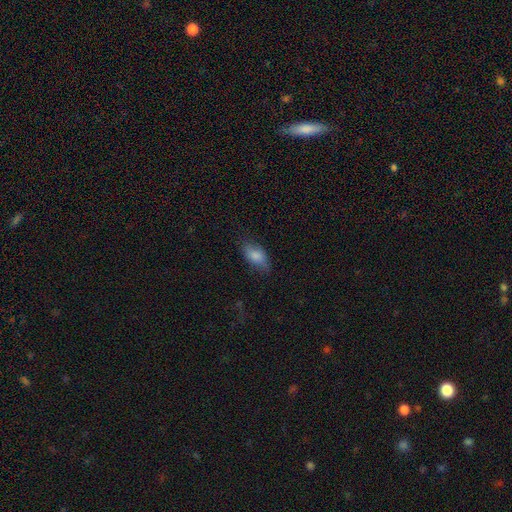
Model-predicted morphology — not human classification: A smooth galaxy with no disk features (82%) that is in between round and cigar-shaped (90%). Merging: none (74%).